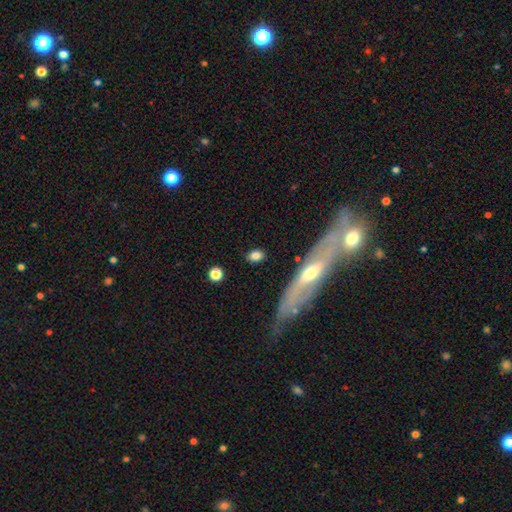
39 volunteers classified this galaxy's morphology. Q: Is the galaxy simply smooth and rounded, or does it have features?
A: smooth — 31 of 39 (79%).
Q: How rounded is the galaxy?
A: in between — 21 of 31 (68%).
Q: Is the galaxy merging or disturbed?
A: none — 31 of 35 (89%).